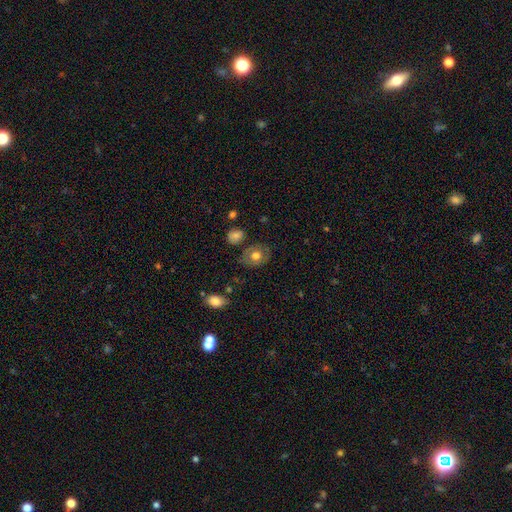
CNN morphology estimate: smooth 64%, featured or disk 27%, star or artifact 8%. Down the decision tree: how rounded — in between (55%); merging — none (75%).